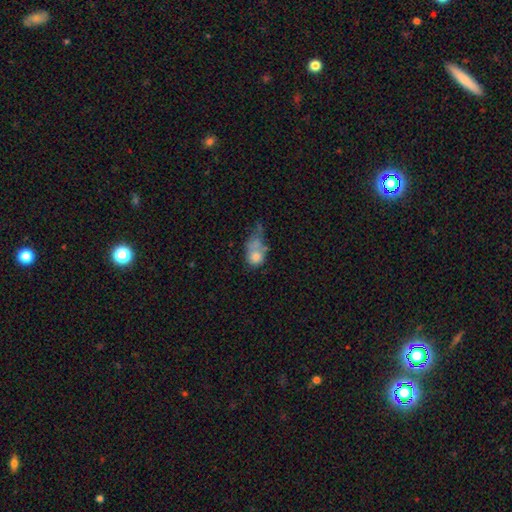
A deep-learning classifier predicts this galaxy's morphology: This is likely a smooth galaxy (65%). How rounded: possibly in between (49%). Merging: marginally merger (33%).